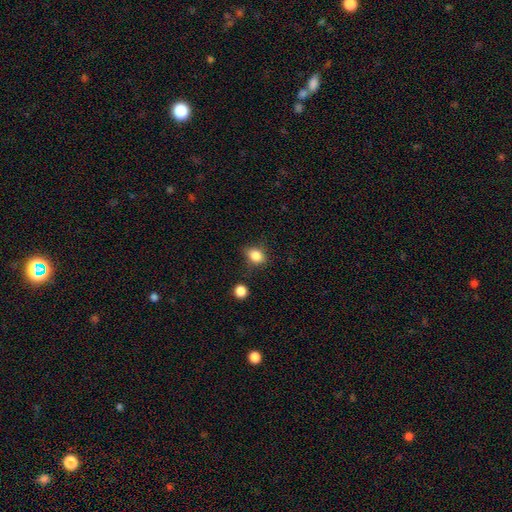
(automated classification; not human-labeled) Smooth or featured? Predicted: smooth (p=0.84). How rounded? Predicted: in between (p=0.58). Merging? Predicted: none (p=0.72).